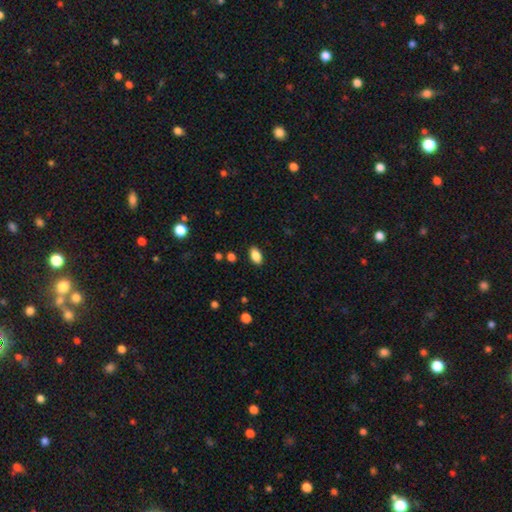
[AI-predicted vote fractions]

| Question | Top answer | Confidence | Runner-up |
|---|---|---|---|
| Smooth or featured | smooth | 87% | star or artifact (9%) |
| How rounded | in between | 92% | round (5%) |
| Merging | none | 88% | minor disturbance (9%) |